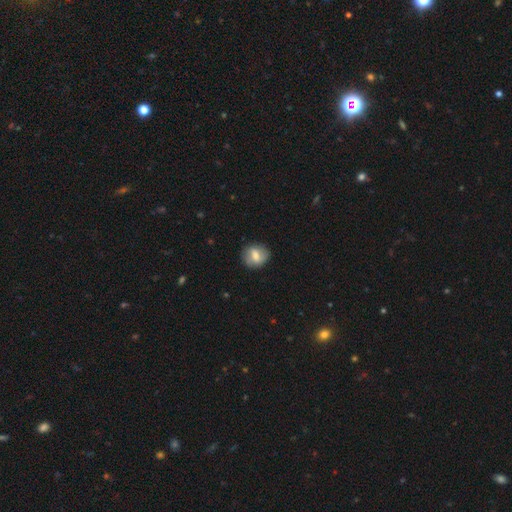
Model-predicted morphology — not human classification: smooth-or-featured: smooth: 57% | featured or disk: 36% | star or artifact: 8%
  how-rounded: round: 74% | in between: 24% | cigar-shaped: 1%
  merging: none: 83% | minor disturbance: 12% | major disturbance: 3% | merger: 1%